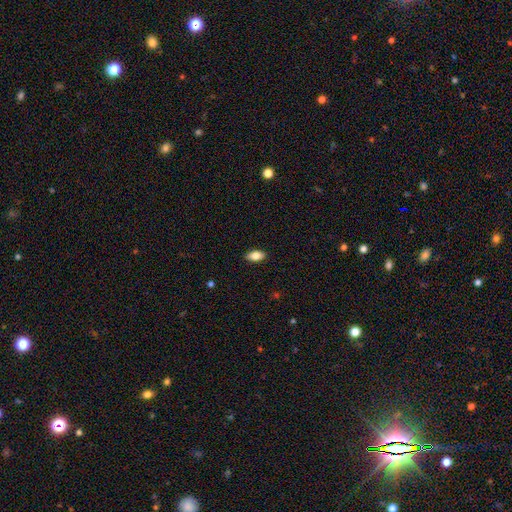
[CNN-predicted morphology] The model was most divided on "smooth or featured": smooth: 83%, featured or disk: 10%, star or artifact: 7%. More confident: how rounded — in between (90%); merging — none (89%).